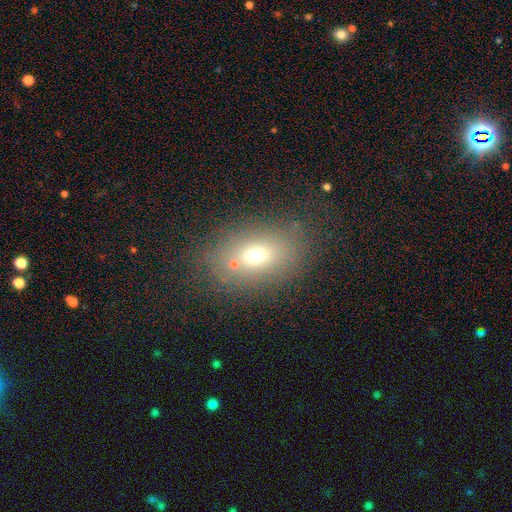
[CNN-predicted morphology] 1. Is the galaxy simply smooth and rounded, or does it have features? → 65% smooth, 18% featured or disk, 17% star or artifact.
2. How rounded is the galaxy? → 77% in between, 21% round, 2% cigar-shaped.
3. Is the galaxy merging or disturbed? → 70% none, 14% minor disturbance, 9% merger, 7% major disturbance.